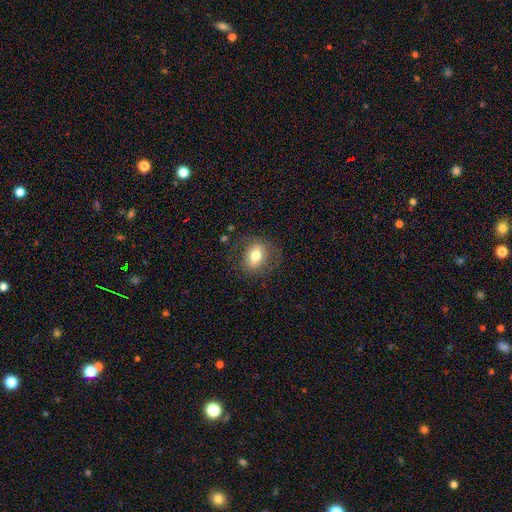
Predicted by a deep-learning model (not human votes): Q: Smooth or featured?
A: smooth (67%); runner-up: featured or disk (24%)
Q: How rounded?
A: in between (56%); runner-up: round (43%)
Q: Merging?
A: none (77%); runner-up: minor disturbance (14%)